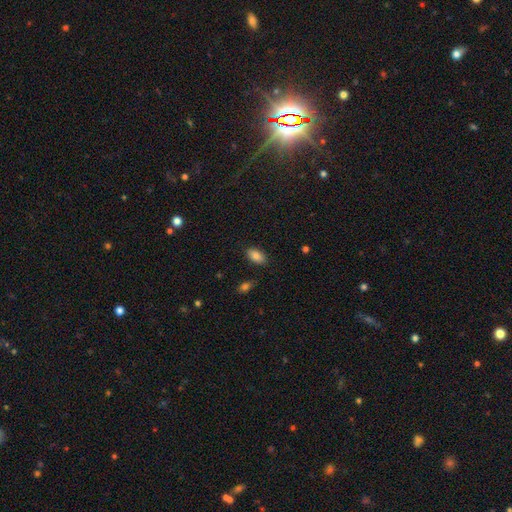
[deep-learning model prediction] This appears to be a smooth galaxy with no disk features (86%) that is in between round and cigar-shaped (93%). Merging: none (86%).